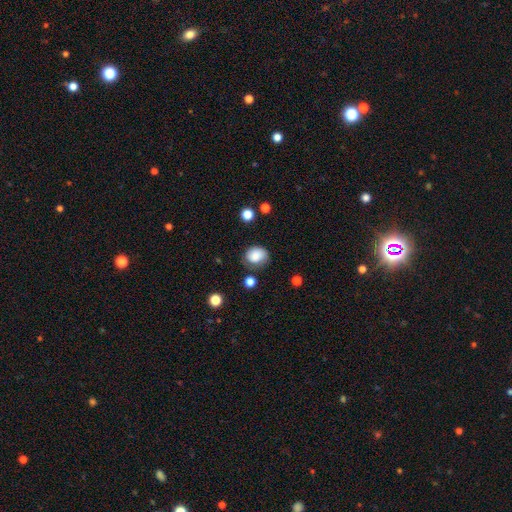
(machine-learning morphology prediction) smooth_or_featured: smooth (p=0.84) [alt: star or artifact p=0.09]
how_rounded: round (p=0.60) [alt: in between p=0.39]
merging: none (p=0.67) [alt: minor disturbance p=0.23]